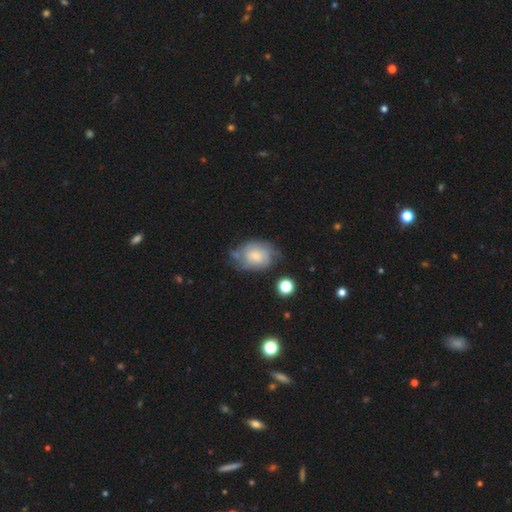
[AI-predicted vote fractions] The model was most divided on "smooth or featured": smooth: 51%, featured or disk: 41%, star or artifact: 9%. Remaining: how rounded — in between (72%); merging — none (49%).